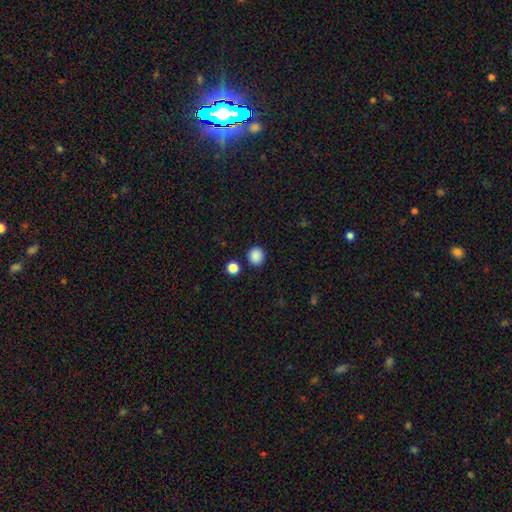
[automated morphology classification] Q: Smooth or featured?
A: smooth (88%); runner-up: star or artifact (10%)
Q: How rounded?
A: round (87%); runner-up: in between (12%)
Q: Merging?
A: none (88%); runner-up: minor disturbance (6%)